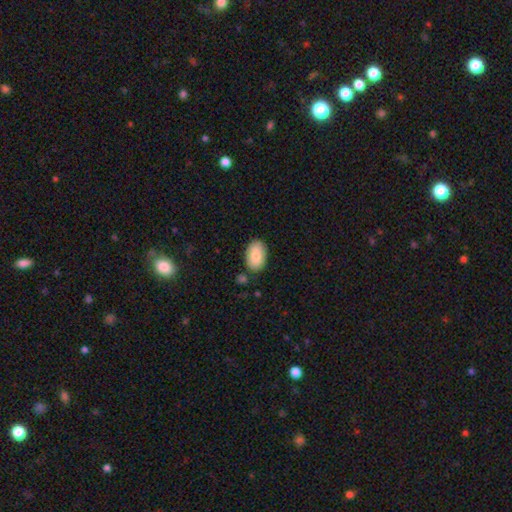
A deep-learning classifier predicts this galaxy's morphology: smooth_or_featured: smooth (p=0.87) [alt: featured or disk p=0.07]
how_rounded: in between (p=0.93) [alt: round p=0.06]
merging: none (p=0.82) [alt: minor disturbance p=0.12]